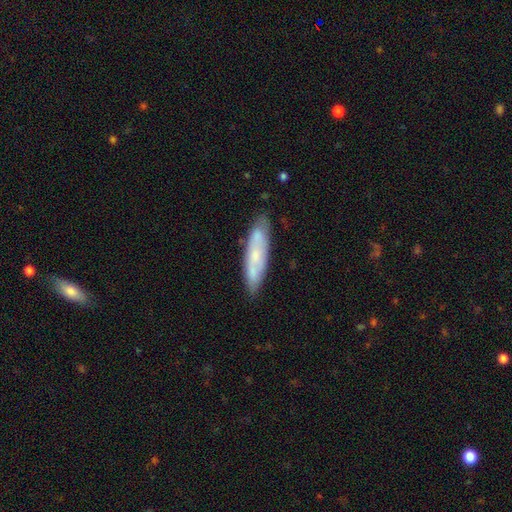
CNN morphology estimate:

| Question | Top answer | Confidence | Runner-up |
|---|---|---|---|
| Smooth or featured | featured or disk | 49% | smooth (44%) |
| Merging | none | 79% | minor disturbance (15%) |